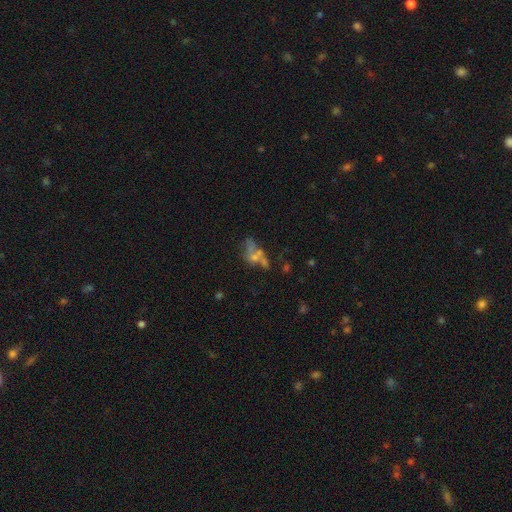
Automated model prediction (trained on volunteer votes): Overall: featured or disk (43%; smooth 38%). Merging: merger (41%; none 26%).